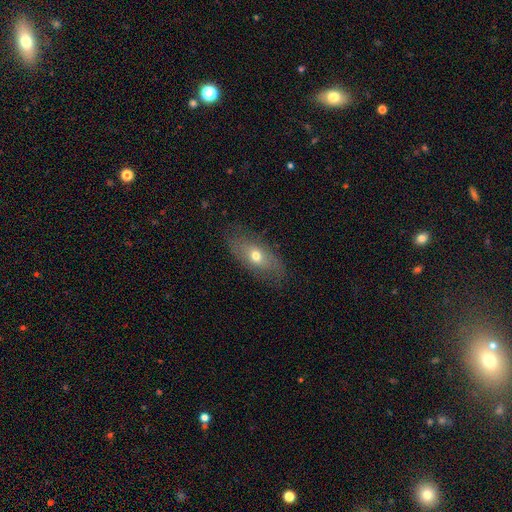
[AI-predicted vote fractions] smooth_or_featured: smooth (p=0.56) [alt: featured or disk p=0.36]
how_rounded: in between (p=0.82) [alt: cigar-shaped p=0.11]
merging: none (p=0.77) [alt: minor disturbance p=0.16]